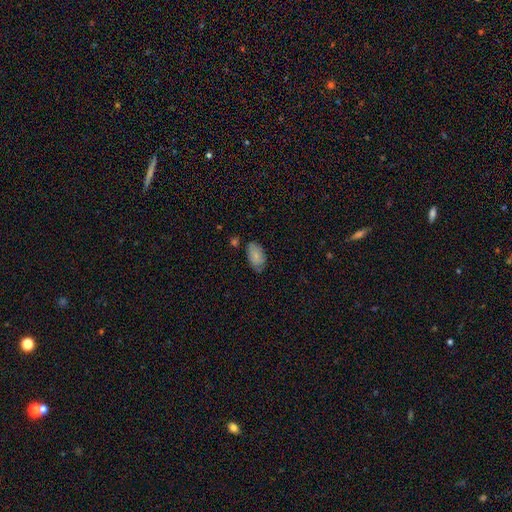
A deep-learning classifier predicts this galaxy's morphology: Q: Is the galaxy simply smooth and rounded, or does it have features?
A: smooth — 78%.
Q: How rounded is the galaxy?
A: in between — 94%.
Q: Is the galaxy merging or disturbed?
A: none — 66%.